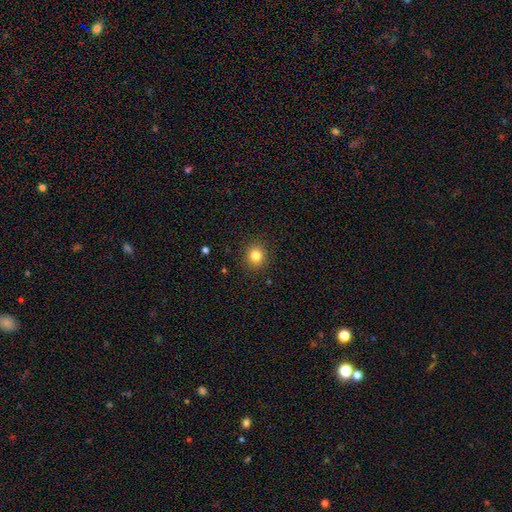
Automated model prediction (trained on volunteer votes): Smooth or featured? Predicted: smooth (p=0.82). How rounded? Predicted: round (p=0.86). Merging? Predicted: none (p=0.90).